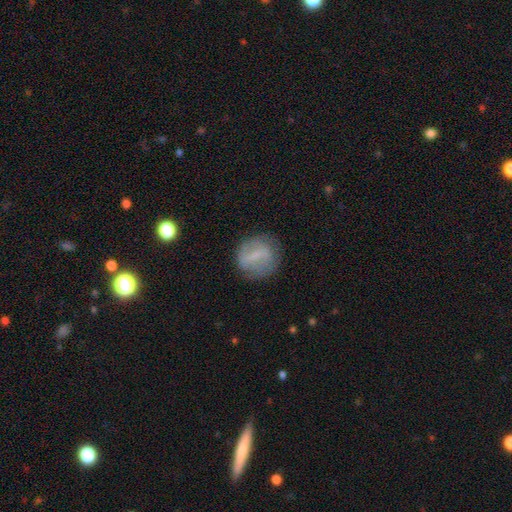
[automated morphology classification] Smooth or featured? Predicted: featured or disk (p=0.47). Merging? Predicted: none (p=0.75).